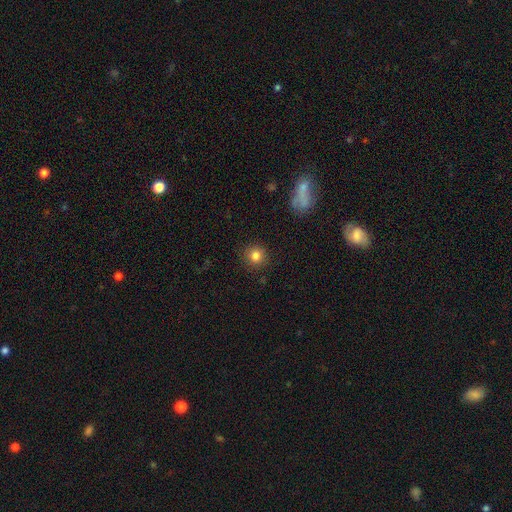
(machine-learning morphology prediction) Q: Smooth or featured?
A: smooth (82%); runner-up: star or artifact (12%)
Q: How rounded?
A: round (93%); runner-up: in between (6%)
Q: Merging?
A: none (91%); runner-up: minor disturbance (6%)